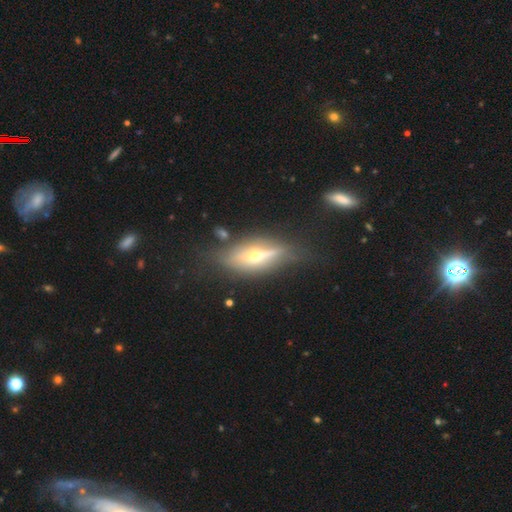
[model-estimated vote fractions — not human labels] This is likely a featured or disk galaxy (67%). It is clearly viewed edge-on (80%). Edge-on bulge: clearly rounded (91%). Merging: likely none (63%).